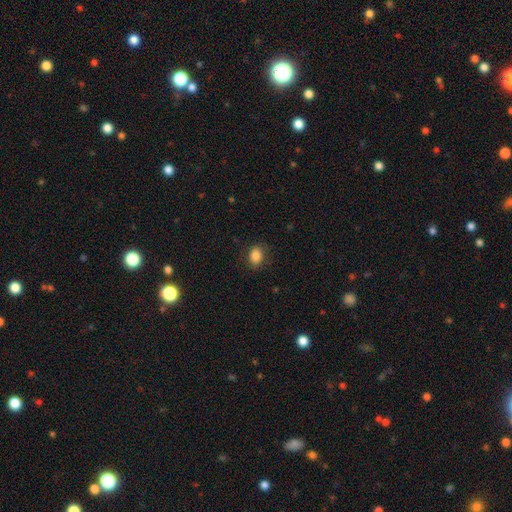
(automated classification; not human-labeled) smooth_or_featured: smooth (p=0.85) [alt: star or artifact p=0.09]
how_rounded: in between (p=0.71) [alt: round p=0.28]
merging: none (p=0.84) [alt: minor disturbance p=0.12]